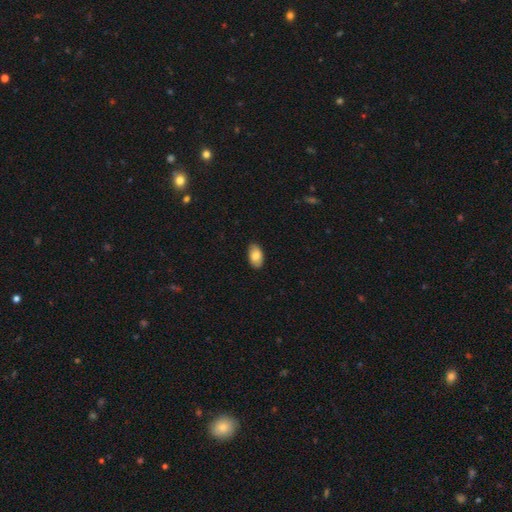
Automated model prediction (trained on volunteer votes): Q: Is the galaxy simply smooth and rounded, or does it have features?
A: smooth — 81%.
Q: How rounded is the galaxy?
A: in between — 94%.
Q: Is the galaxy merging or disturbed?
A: none — 88%.